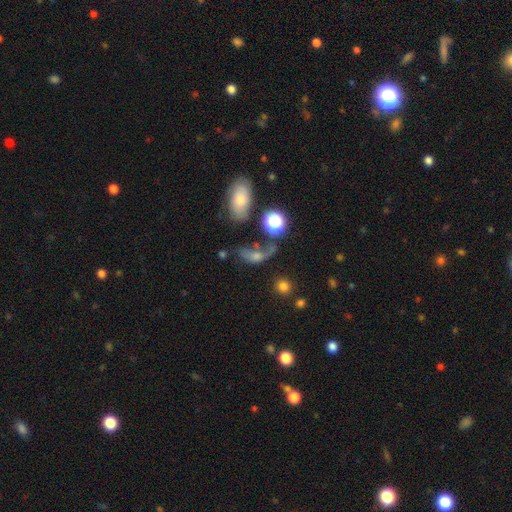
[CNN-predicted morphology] type=smooth (48%); merging=none (33%).